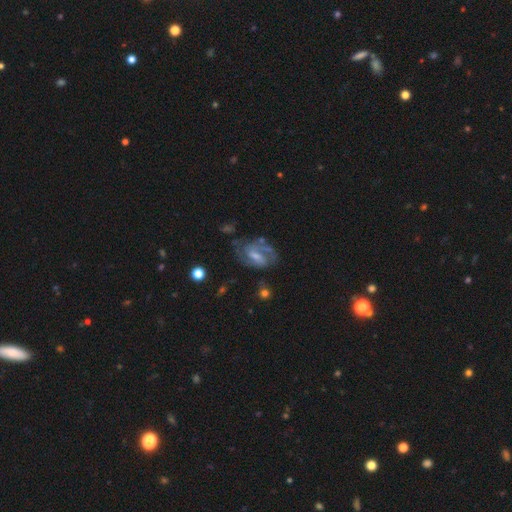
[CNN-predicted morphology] This appears to be a featured or disk galaxy (79%) with a weak bar (50%), 2 (62%) medium (48%) spiral arms (91%) and a small central bulge (45%). Merging: none (60%).